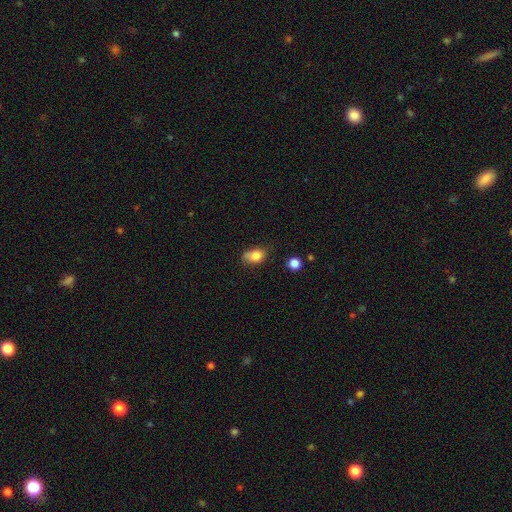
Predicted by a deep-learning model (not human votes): A smooth galaxy with no disk features (79%) that is in between round and cigar-shaped (77%). Merging: none (48%).